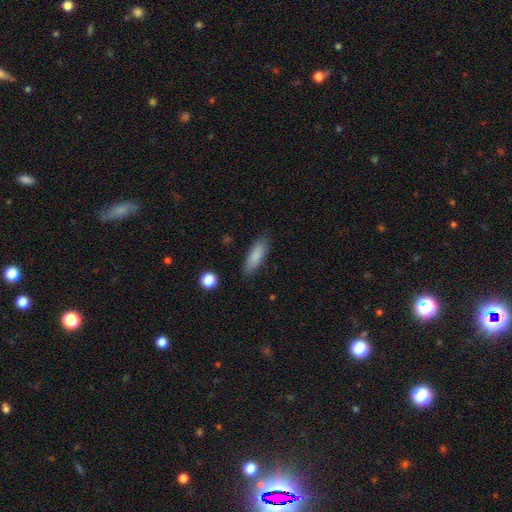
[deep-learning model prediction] smooth-or-featured: smooth: 85% | featured or disk: 8% | star or artifact: 7%
  how-rounded: in between: 55% | cigar-shaped: 43% | round: 2%
  merging: none: 84% | minor disturbance: 12% | major disturbance: 3% | merger: 1%